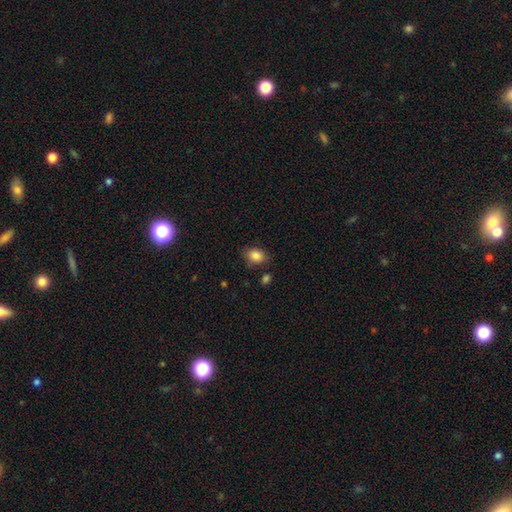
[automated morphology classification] This appears to be a smooth galaxy with no disk features (86%) that is in between round and cigar-shaped (70%). Merging: none (78%).